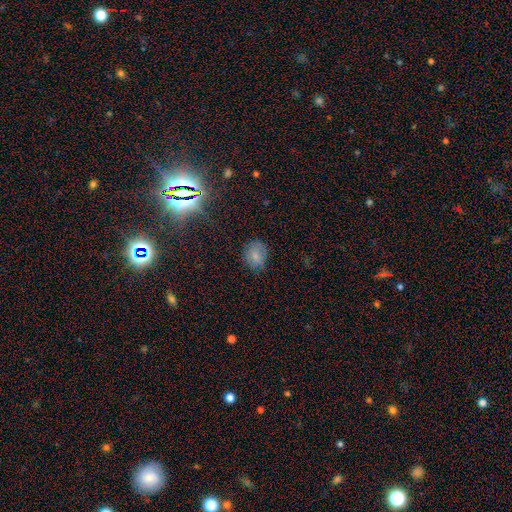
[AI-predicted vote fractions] smooth-or-featured: smooth: 75% | star or artifact: 14% | featured or disk: 11%
  how-rounded: round: 52% | in between: 47% | cigar-shaped: 1%
  merging: none: 68% | minor disturbance: 24% | major disturbance: 6% | merger: 1%